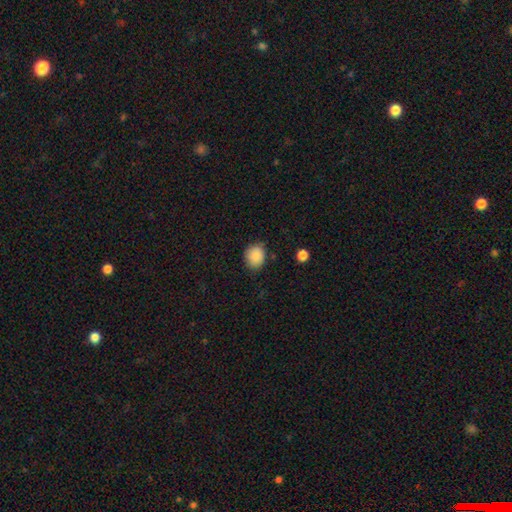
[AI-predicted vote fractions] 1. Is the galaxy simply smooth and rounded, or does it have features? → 87% smooth, 9% star or artifact, 4% featured or disk.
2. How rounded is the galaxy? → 68% round, 31% in between, 1% cigar-shaped.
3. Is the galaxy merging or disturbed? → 79% none, 15% minor disturbance, 3% major disturbance, 2% merger.